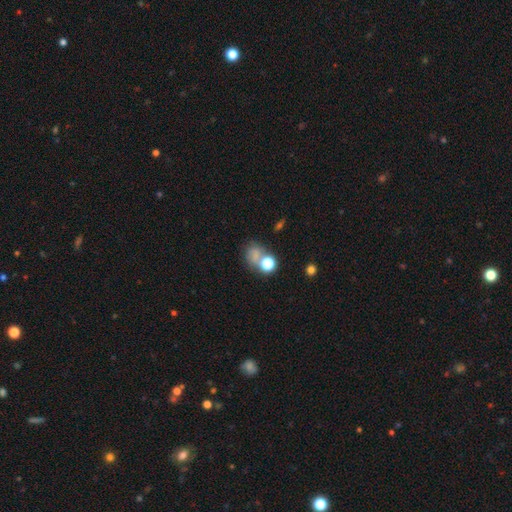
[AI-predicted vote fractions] The model was most divided on "how rounded": round: 55%, in between: 44%, cigar-shaped: 1%. Remaining: smooth or featured — smooth (65%); merging — none (44%).